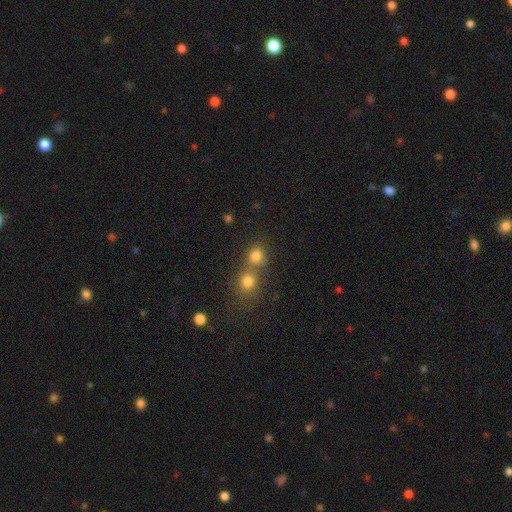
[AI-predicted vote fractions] Overall: smooth (79%). How rounded: round (80%). Merging: none (47%; merger 42%).